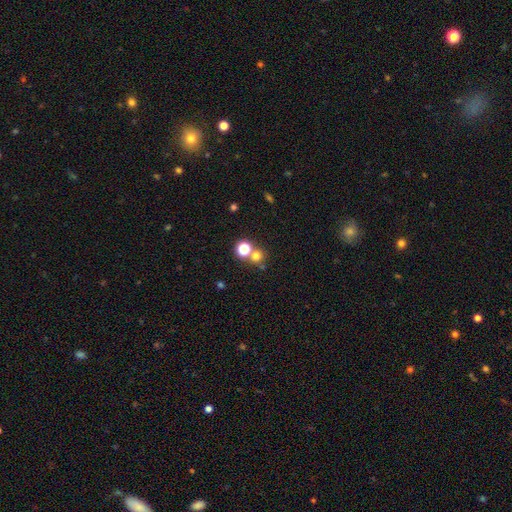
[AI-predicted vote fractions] smooth_or_featured: smooth (p=0.69) [alt: star or artifact p=0.23]
how_rounded: round (p=0.89) [alt: in between p=0.10]
merging: none (p=0.61) [alt: merger p=0.29]